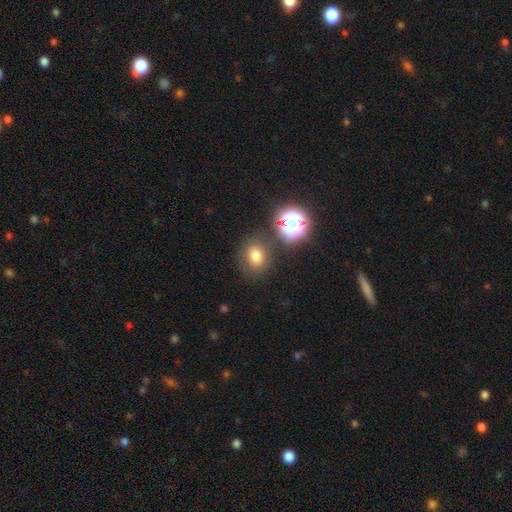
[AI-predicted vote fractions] Overall: smooth (72%). How rounded: round (50%; in between 49%). Merging: none (75%).